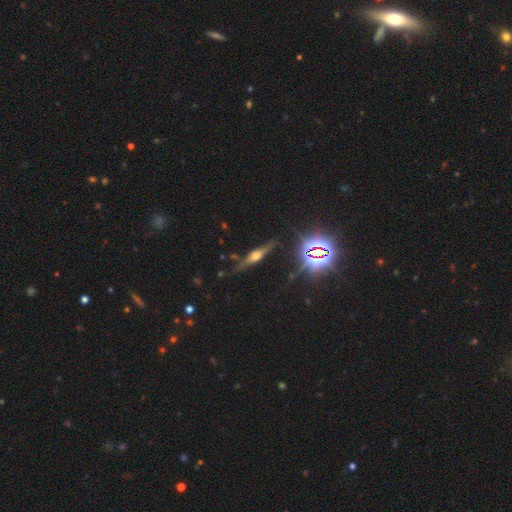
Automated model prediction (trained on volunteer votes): Smooth or featured?
  - featured or disk: 64% *
  - smooth: 19%
  - star or artifact: 16%
Edge-on disk?
  - yes: 94% *
  - no: 6%
Edge-on bulge?
  - rounded: 87% *
  - boxy: 10%
  - none: 3%
Merging?
  - none: 80% *
  - minor disturbance: 13%
  - major disturbance: 4%
  - merger: 2%